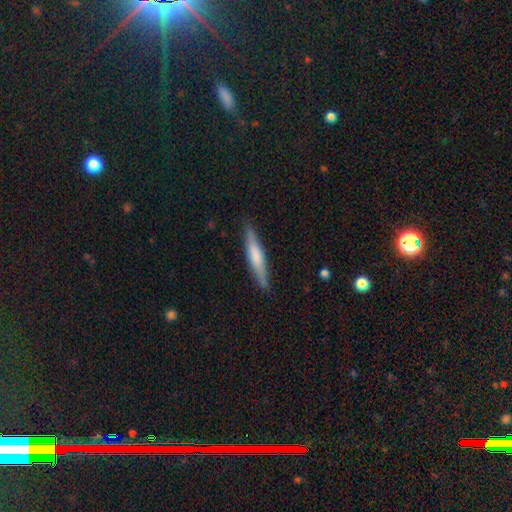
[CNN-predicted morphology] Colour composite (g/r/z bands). It shows a smooth galaxy with no disk features (53%) that is cigar-shaped (92%). Merging: none (88%).